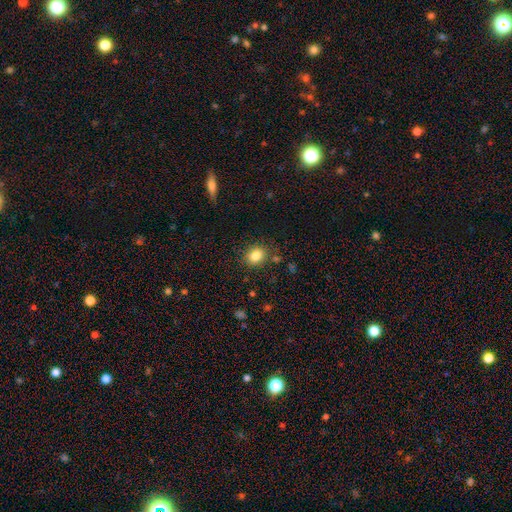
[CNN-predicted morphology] Smooth or featured? smooth (83%)
How rounded? round (63%)
Merging? none (84%)